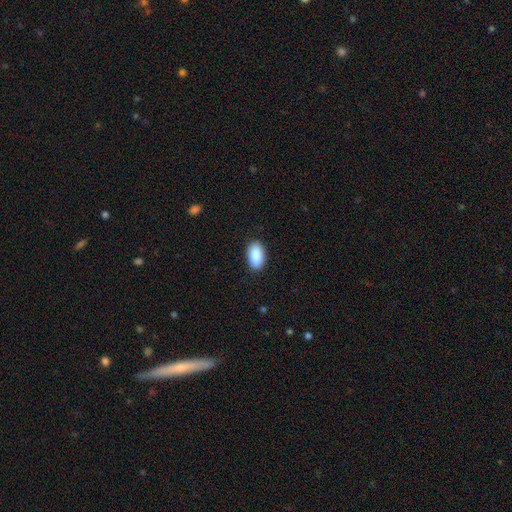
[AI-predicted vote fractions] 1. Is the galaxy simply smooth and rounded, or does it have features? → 90% smooth, 6% star or artifact, 4% featured or disk.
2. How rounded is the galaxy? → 95% in between, 3% round, 2% cigar-shaped.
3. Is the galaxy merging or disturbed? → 89% none, 8% minor disturbance, 2% major disturbance, 1% merger.